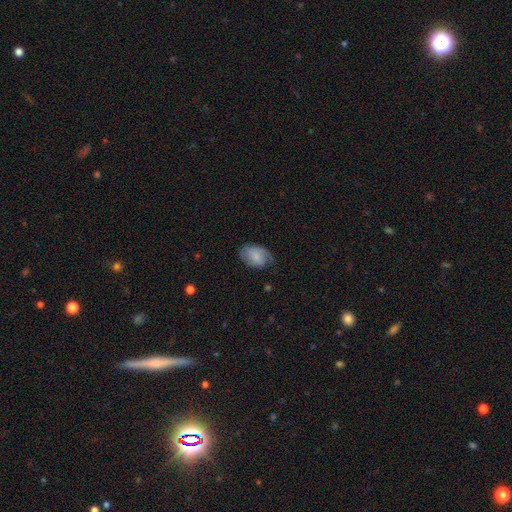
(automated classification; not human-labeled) smooth 71%, featured or disk 21%, star or artifact 8%. Down the decision tree: how rounded — in between (83%); merging — none (57%).